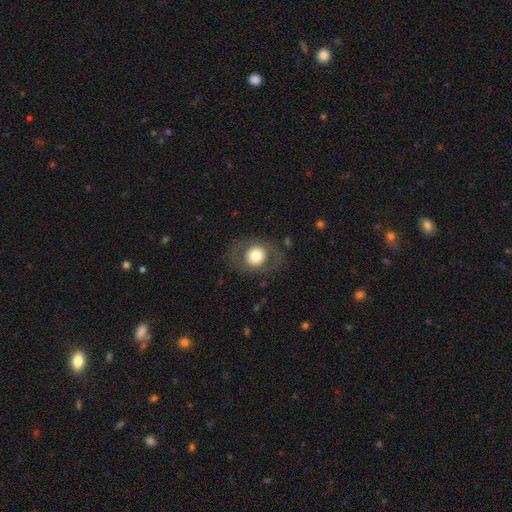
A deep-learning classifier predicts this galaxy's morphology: This is likely a smooth galaxy (68%). How rounded: likely round (68%). Merging: likely none (78%).